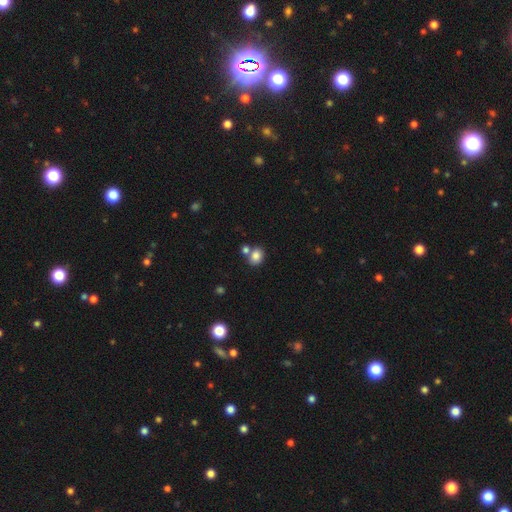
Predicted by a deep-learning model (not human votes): The model was most divided on "how rounded": in between: 50%, round: 49%, cigar-shaped: 1%. More confident: smooth or featured — smooth (82%); merging — none (56%).